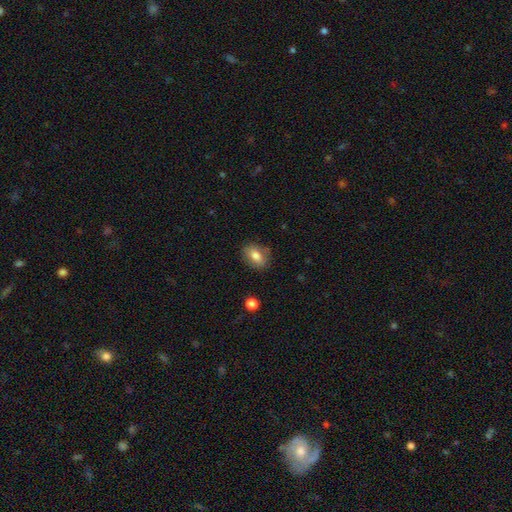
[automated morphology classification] Smooth or featured: smooth — 78% (featured or disk — 14%)
How rounded: in between — 77% (round — 21%)
Merging: none — 79% (minor disturbance — 16%)